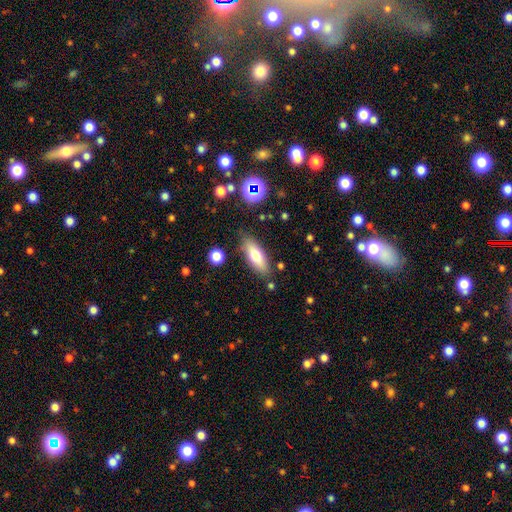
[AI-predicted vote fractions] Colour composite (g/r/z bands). It shows a smooth galaxy with no disk features (69%) that is in between round and cigar-shaped (64%). Merging: none (82%).